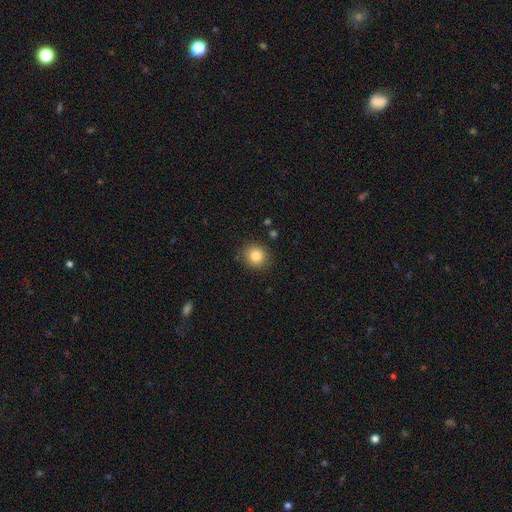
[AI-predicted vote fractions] smooth-or-featured: smooth: 85% | star or artifact: 10% | featured or disk: 5%
  how-rounded: round: 82% | in between: 17% | cigar-shaped: 1%
  merging: none: 86% | minor disturbance: 9% | major disturbance: 3% | merger: 2%